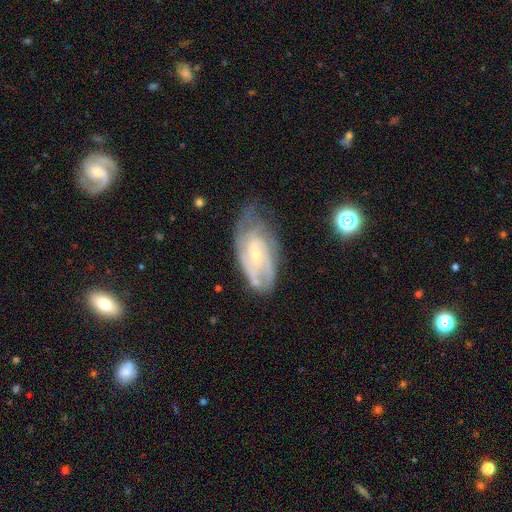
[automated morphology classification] This appears to be a featured or disk galaxy (76%) with no bar (63%), tight (58%) spiral arms (87%) and a small central bulge (76%). Merging: none (53%).